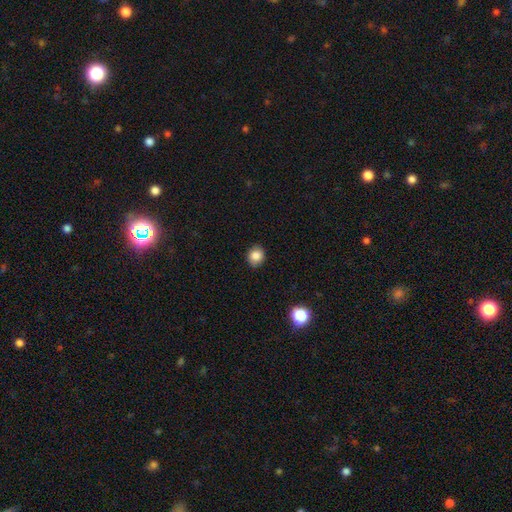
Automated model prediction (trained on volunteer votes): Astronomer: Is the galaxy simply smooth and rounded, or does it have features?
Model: smooth — 84%.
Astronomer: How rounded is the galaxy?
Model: round — 67%.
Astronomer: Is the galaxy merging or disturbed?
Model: none — 88%.